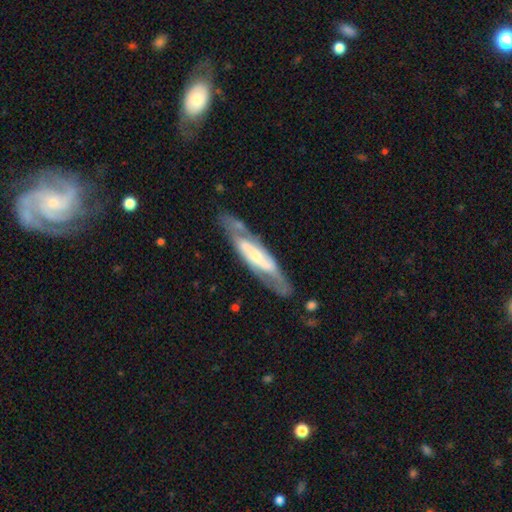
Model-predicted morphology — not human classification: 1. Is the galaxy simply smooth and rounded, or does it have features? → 75% featured or disk, 20% smooth, 5% star or artifact.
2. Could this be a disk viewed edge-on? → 71% no, 29% yes.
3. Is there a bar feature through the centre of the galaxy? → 37% strong, 34% no, 29% weak.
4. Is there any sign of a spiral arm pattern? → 72% yes, 28% no.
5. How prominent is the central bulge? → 48% small, 39% moderate, 8% large, 3% none, 2% dominant.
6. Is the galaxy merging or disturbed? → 74% none, 16% minor disturbance, 7% major disturbance, 3% merger.